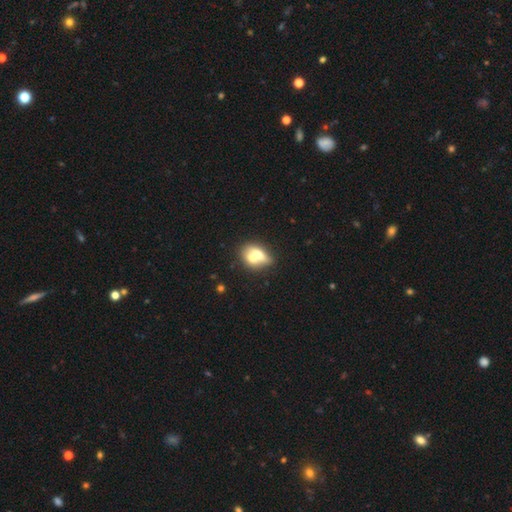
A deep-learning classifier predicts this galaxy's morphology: Q: Smooth or featured?
A: smooth (61%); runner-up: featured or disk (31%)
Q: How rounded?
A: in between (62%); runner-up: round (32%)
Q: Merging?
A: merger (58%); runner-up: none (28%)